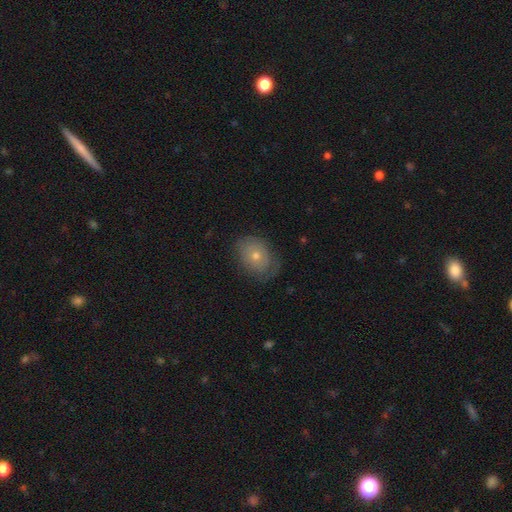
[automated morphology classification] smooth_or_featured: smooth (p=0.50) [alt: featured or disk p=0.39]
how_rounded: in between (p=0.63) [alt: round p=0.35]
merging: none (p=0.71) [alt: minor disturbance p=0.21]